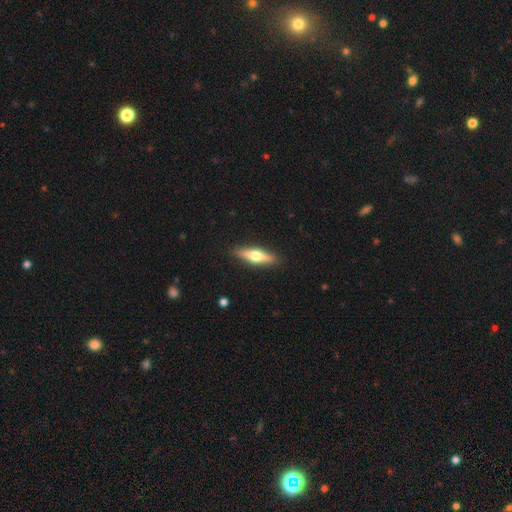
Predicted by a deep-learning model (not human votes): Morphology: type=featured or disk (55%); edge-on=yes (93%); edge-on bulge=rounded (95%); merging=none (90%).